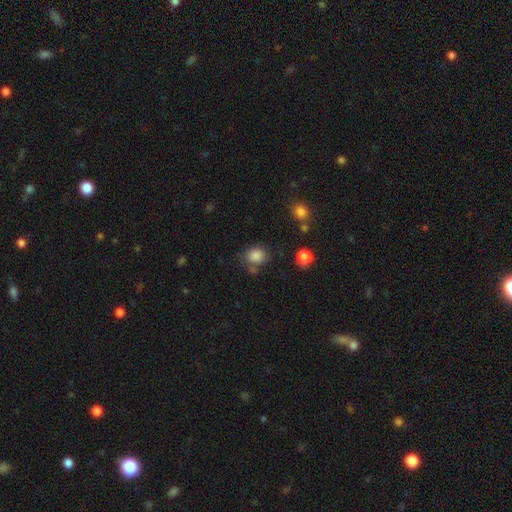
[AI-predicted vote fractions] A smooth galaxy with no disk features (85%) that is round (65%). Merging: none (69%).